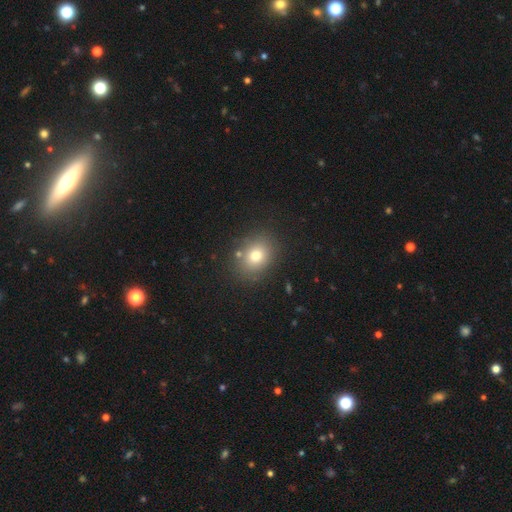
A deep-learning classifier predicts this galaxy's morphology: A smooth galaxy with no disk features (76%) that is round (51%). Merging: none (82%).